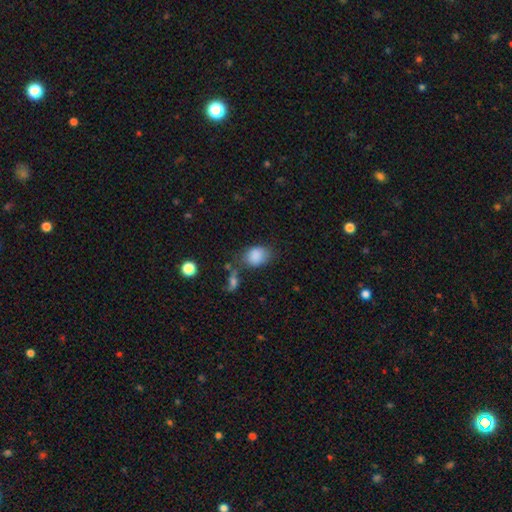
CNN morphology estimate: Q: Smooth or featured?
A: smooth (85%); runner-up: star or artifact (9%)
Q: How rounded?
A: in between (69%); runner-up: round (30%)
Q: Merging?
A: none (60%); runner-up: minor disturbance (23%)